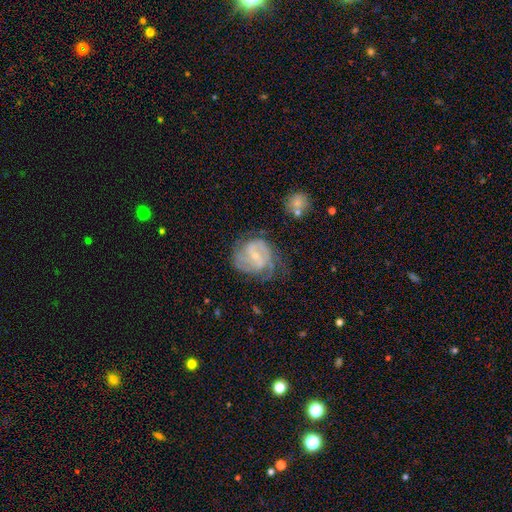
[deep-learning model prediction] Smooth or featured?
  - featured or disk: 81% *
  - smooth: 13%
  - star or artifact: 6%
Edge-on disk?
  - no: 98% *
  - yes: 2%
Bar?
  - weak: 53% *
  - no: 32%
  - strong: 15%
Spiral arms?
  - yes: 93% *
  - no: 7%
Spiral winding?
  - tight: 44% * (tied)
  - medium: 44% * (tied)
  - loose: 12%
Spiral arm count?
  - 2: 46% *
  - can't tell: 23%
  - 3: 18%
  - 1: 4%
  - 4: 4%
  - more than 4: 3%
Bulge size?
  - small: 65% *
  - moderate: 28%
  - none: 4%
  - large: 1%
  - dominant: 1%
Merging?
  - none: 55% *
  - minor disturbance: 25%
  - major disturbance: 18%
  - merger: 3%